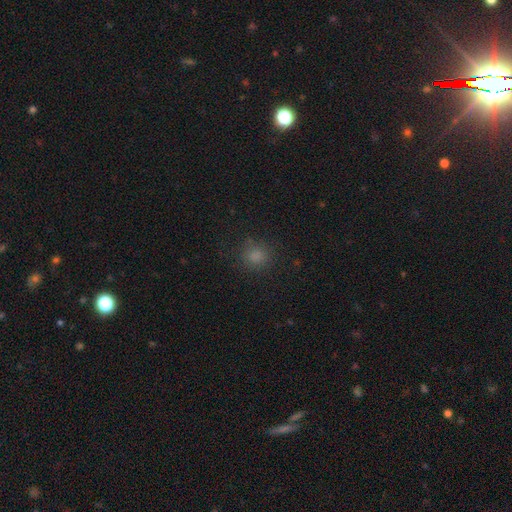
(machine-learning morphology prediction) This is likely a smooth galaxy (79%). How rounded: clearly round (83%). Merging: clearly none (81%).